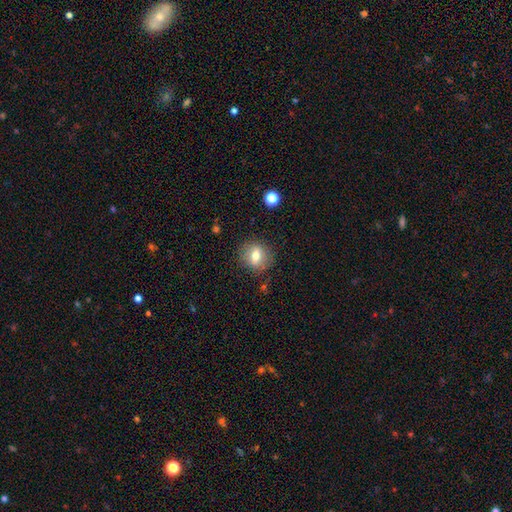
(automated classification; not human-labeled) smooth_or_featured: smooth (p=0.69) [alt: featured or disk p=0.21]
how_rounded: round (p=0.71) [alt: in between p=0.28]
merging: none (p=0.84) [alt: minor disturbance p=0.11]